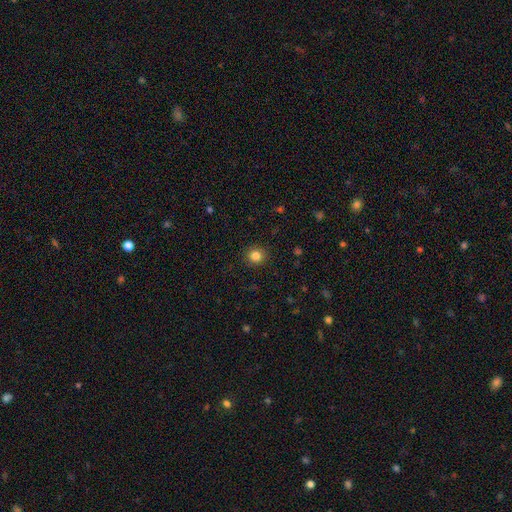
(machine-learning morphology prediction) Smooth or featured?
  - smooth: 83% *
  - star or artifact: 12%
  - featured or disk: 5%
How rounded?
  - round: 90% *
  - in between: 9%
  - cigar-shaped: 1%
Merging?
  - none: 91% *
  - minor disturbance: 6%
  - major disturbance: 2%
  - merger: 1%